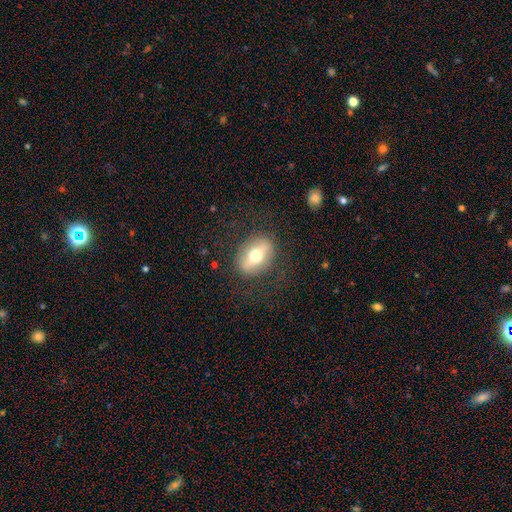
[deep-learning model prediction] This is possibly a smooth galaxy (50%). Merging: likely none (80%).